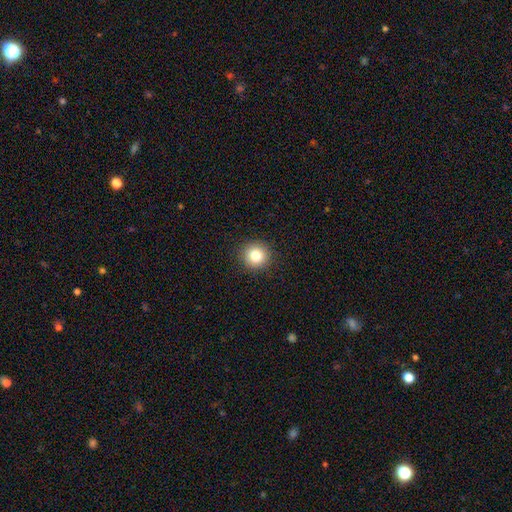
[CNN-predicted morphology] Q: Smooth or featured?
A: smooth (82%); runner-up: star or artifact (11%)
Q: How rounded?
A: round (92%); runner-up: in between (7%)
Q: Merging?
A: none (92%); runner-up: minor disturbance (5%)